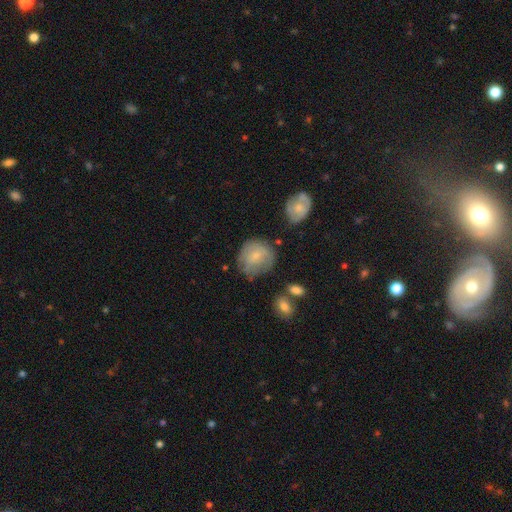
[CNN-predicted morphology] Smooth or featured: smooth — 68% (featured or disk — 25%)
How rounded: round — 79% (in between — 20%)
Merging: none — 57% (minor disturbance — 27%)